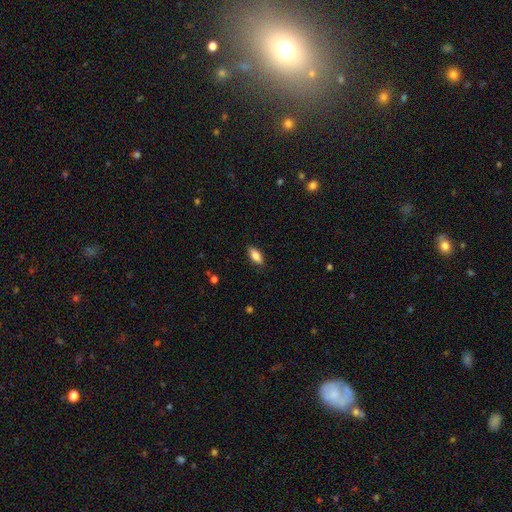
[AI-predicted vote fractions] Smooth or featured? Predicted: smooth (p=0.83). How rounded? Predicted: in between (p=0.84). Merging? Predicted: none (p=0.87).